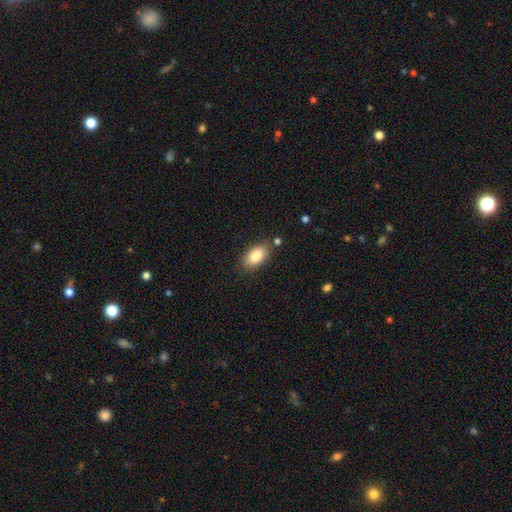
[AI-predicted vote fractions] Smooth or featured: smooth — 84% (featured or disk — 9%)
How rounded: in between — 93% (round — 4%)
Merging: none — 80% (minor disturbance — 12%)